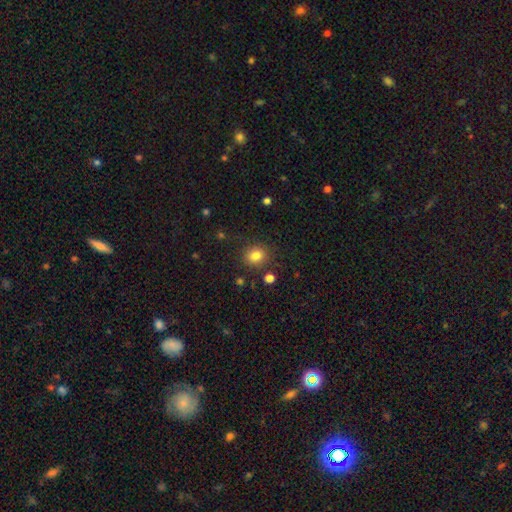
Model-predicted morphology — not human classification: smooth-or-featured: smooth: 82% | star or artifact: 11% | featured or disk: 6%
  how-rounded: round: 72% | in between: 28% | cigar-shaped: 1%
  merging: none: 83% | minor disturbance: 10% | merger: 3% | major disturbance: 3%